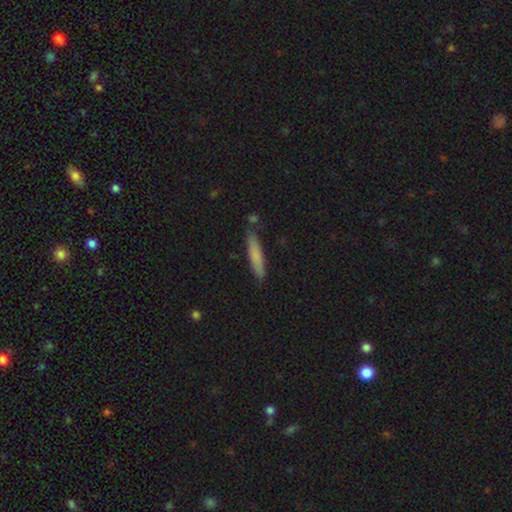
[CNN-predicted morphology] A smooth galaxy with no disk features (77%) that is cigar-shaped (89%).

Vote fractions:
- Smooth or featured? smooth: 77% / featured or disk: 17% / star or artifact: 6%
- How rounded? cigar-shaped: 89% / in between: 9% / round: 1%
- Merging? none: 81% / minor disturbance: 13% / merger: 4% / major disturbance: 2%